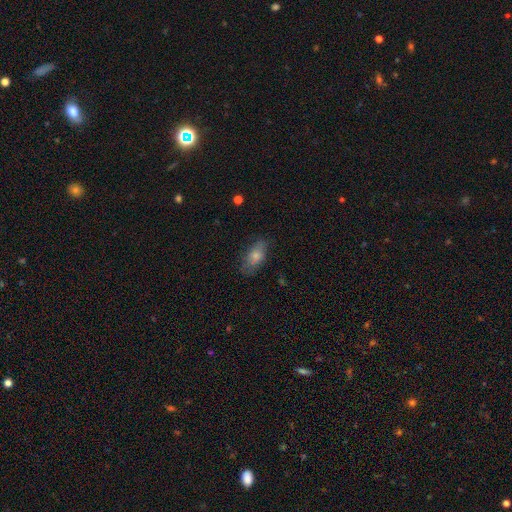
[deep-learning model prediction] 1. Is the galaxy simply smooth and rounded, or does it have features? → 75% smooth, 18% featured or disk, 8% star or artifact.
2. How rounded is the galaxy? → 87% in between, 9% cigar-shaped, 5% round.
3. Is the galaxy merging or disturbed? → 72% none, 20% minor disturbance, 6% major disturbance, 1% merger.